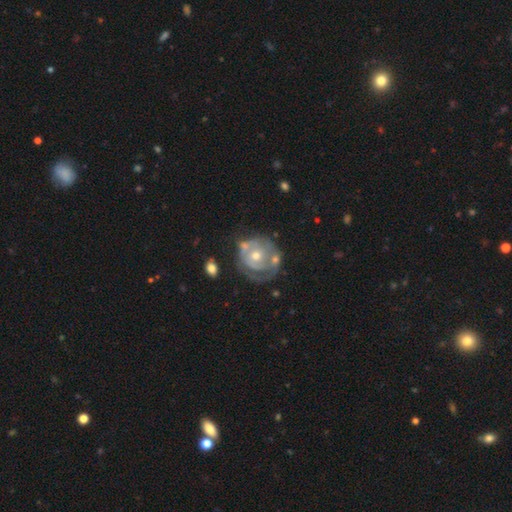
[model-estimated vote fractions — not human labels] Overall: featured or disk (74%). Edge-on disk: no (97%). Bar: no (82%). Spiral arms: yes (71%). Spiral arm count: can't tell (35%; 1 27%). Spiral winding: tight (67%). Bulge size: moderate (54%; small 42%). Merging: none (43%; minor disturbance 23%).